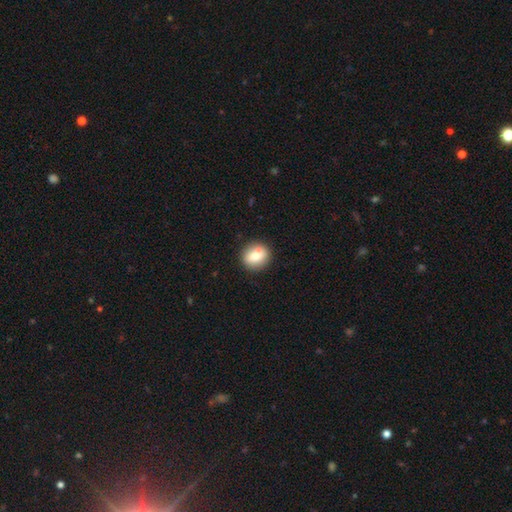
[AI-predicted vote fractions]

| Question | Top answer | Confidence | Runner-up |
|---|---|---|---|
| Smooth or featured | smooth | 81% | featured or disk (11%) |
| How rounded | round | 70% | in between (29%) |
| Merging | none | 80% | minor disturbance (12%) |